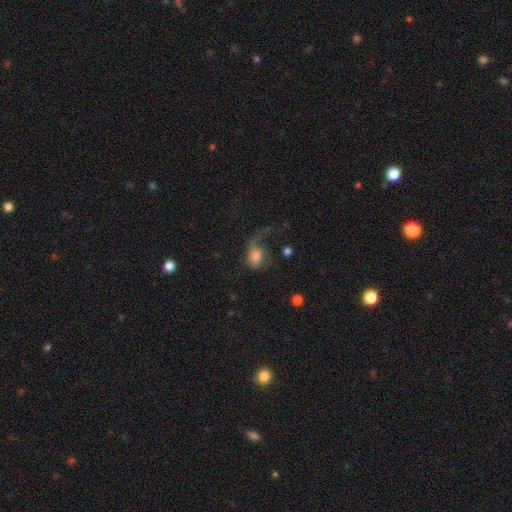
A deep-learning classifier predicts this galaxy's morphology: Smooth or featured? Predicted: smooth (p=0.51). How rounded? Predicted: in between (p=0.64). Merging? Predicted: major disturbance (p=0.56).